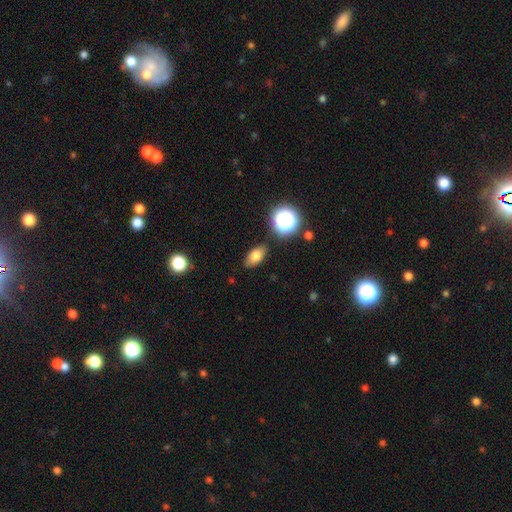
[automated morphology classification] A smooth galaxy with no disk features (76%) that is in between round and cigar-shaped (86%).

Vote fractions:
- Smooth or featured? smooth: 76% / featured or disk: 12% / star or artifact: 12%
- How rounded? in between: 86% / round: 11% / cigar-shaped: 4%
- Merging? none: 83% / minor disturbance: 11% / major disturbance: 3% / merger: 2%